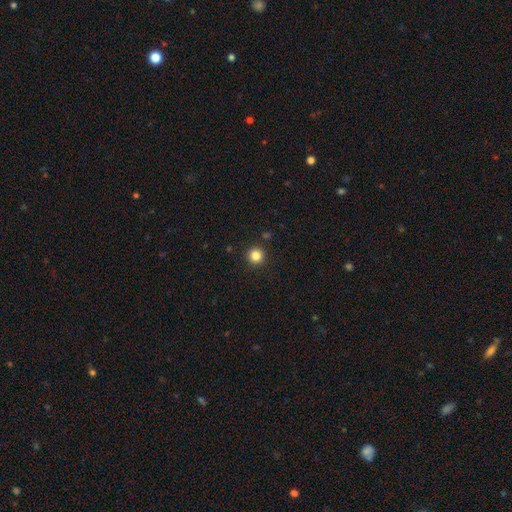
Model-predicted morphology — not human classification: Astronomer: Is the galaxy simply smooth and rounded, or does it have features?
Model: smooth — 84%.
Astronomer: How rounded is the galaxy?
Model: round — 96%.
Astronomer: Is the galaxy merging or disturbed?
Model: none — 92%.